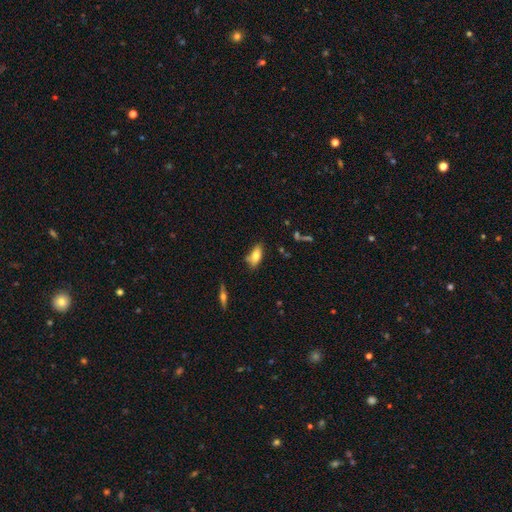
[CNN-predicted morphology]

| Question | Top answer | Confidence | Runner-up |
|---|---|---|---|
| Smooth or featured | smooth | 73% | featured or disk (19%) |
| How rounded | in between | 82% | cigar-shaped (15%) |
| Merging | none | 66% | minor disturbance (22%) |